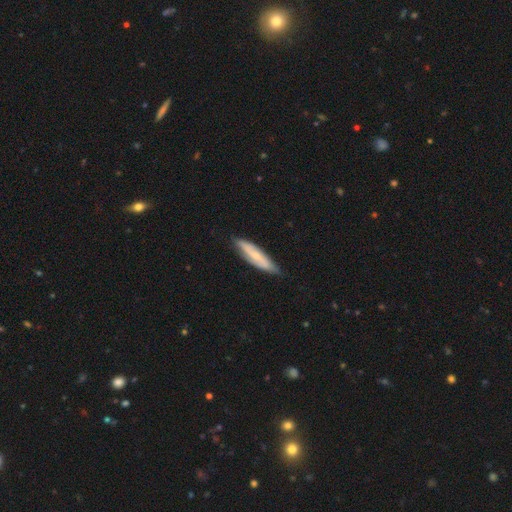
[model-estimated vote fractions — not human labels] smooth_or_featured: smooth (p=0.50) [alt: featured or disk p=0.44]
how_rounded: cigar-shaped (p=0.72) [alt: in between p=0.26]
merging: none (p=0.78) [alt: minor disturbance p=0.18]